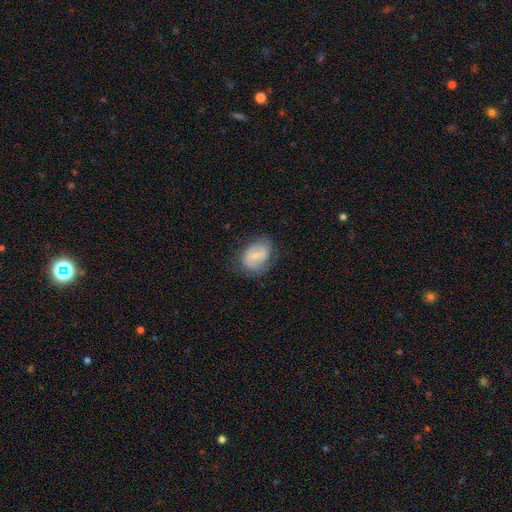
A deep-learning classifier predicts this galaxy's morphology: This appears to be a smooth galaxy with no disk features (46%, tied with featured or disk). Merging: none (68%).